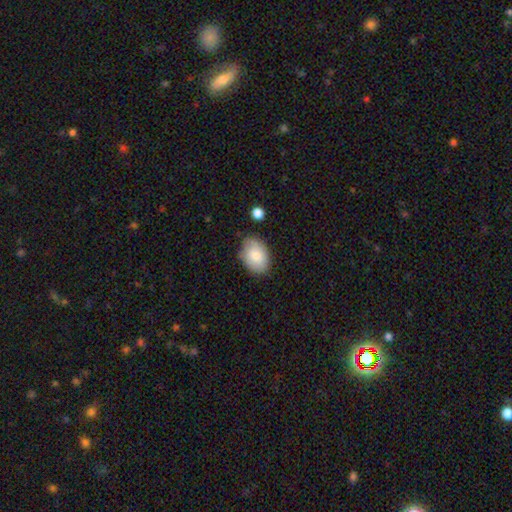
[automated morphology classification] Smooth or featured: smooth — 78% (featured or disk — 15%)
How rounded: in between — 81% (round — 17%)
Merging: none — 74% (minor disturbance — 20%)